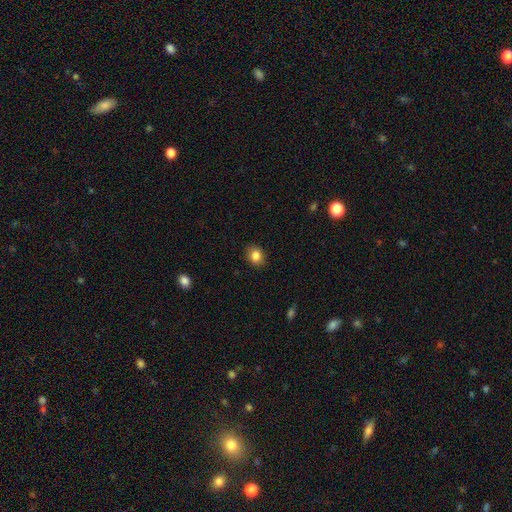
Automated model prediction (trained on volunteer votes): Morphology: type=smooth (84%); roundness=round (54%); merging=none (87%).